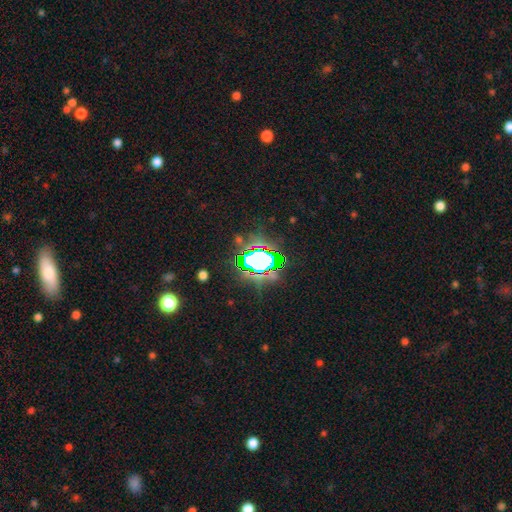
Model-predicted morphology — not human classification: star or artifact 77%, smooth 13%, featured or disk 10%.